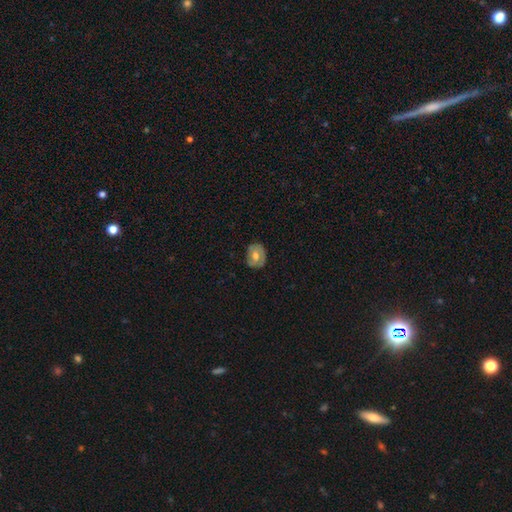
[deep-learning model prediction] Smooth or featured? Predicted: smooth (p=0.49). Merging? Predicted: none (p=0.74).